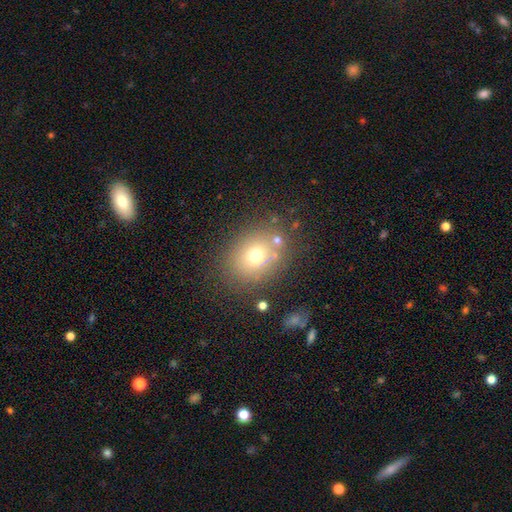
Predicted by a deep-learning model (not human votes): Morphology: type=smooth (69%); roundness=round (52%); merging=none (77%).